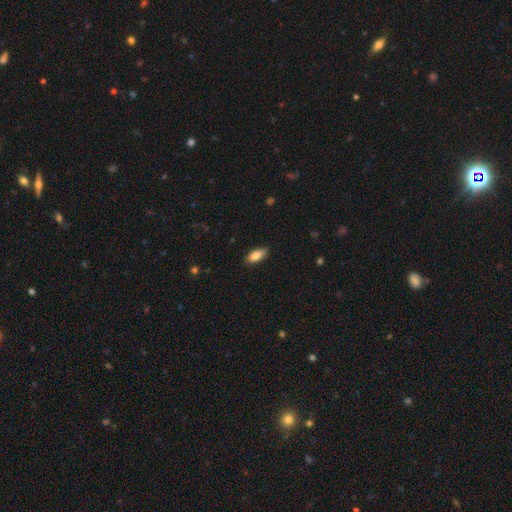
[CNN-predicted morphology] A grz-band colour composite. It shows a smooth galaxy with no disk features (83%) that is in between round and cigar-shaped (84%). Merging: none (86%).